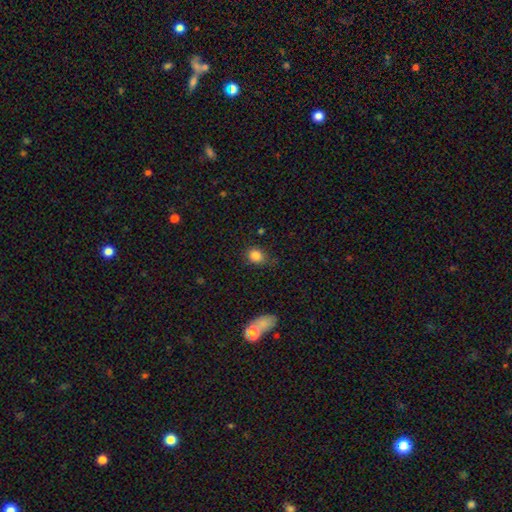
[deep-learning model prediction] smooth 84%, star or artifact 11%, featured or disk 5%. Down the decision tree: how rounded — round (70%); merging — none (74%).